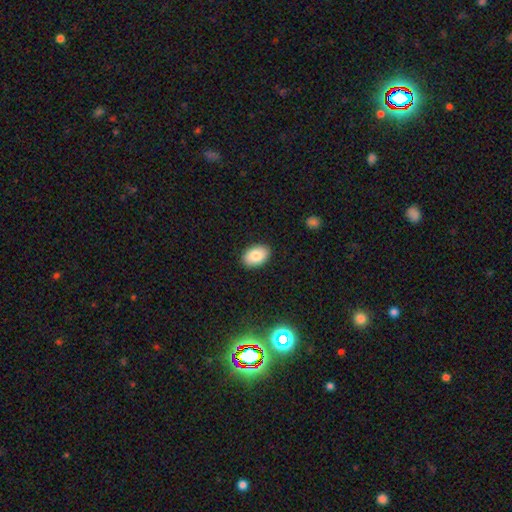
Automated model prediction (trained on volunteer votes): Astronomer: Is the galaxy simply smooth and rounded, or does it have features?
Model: smooth — 85%.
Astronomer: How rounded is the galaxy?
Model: in between — 89%.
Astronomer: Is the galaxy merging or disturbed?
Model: none — 89%.